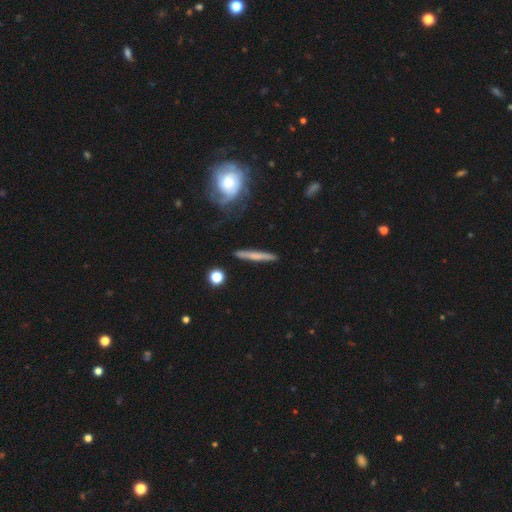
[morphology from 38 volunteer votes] Smooth or featured?
  - smooth: 55% *
  - featured or disk: 45%
  - star or artifact: 0%
How rounded?
  - cigar-shaped: 90% *
  - round: 5%
  - in between: 5%
Merging?
  - none: 84% *
  - minor disturbance: 5%
  - major disturbance: 5%
  - merger: 5%